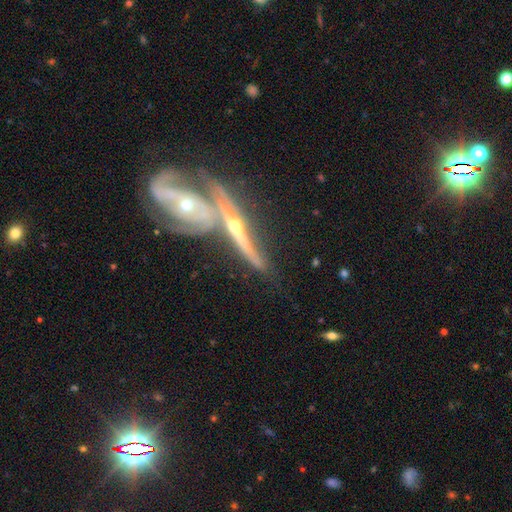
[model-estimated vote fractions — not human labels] Morphology: type=featured or disk (81%); edge-on=yes (70%); edge-on bulge=rounded (83%); merging=merger (45%).